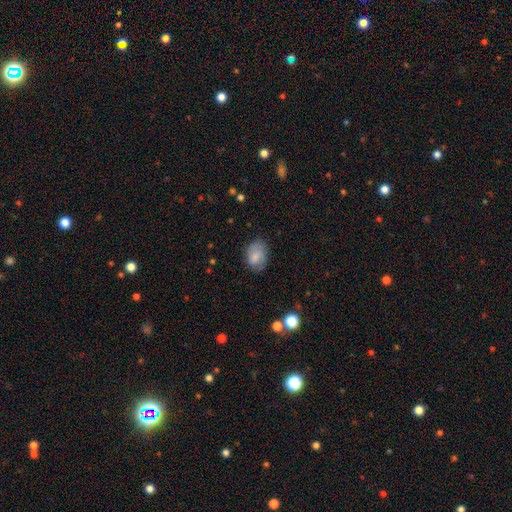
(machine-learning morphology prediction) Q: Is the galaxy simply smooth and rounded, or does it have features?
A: smooth — 76%.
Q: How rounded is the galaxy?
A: in between — 74%.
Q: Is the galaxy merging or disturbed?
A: none — 72%.